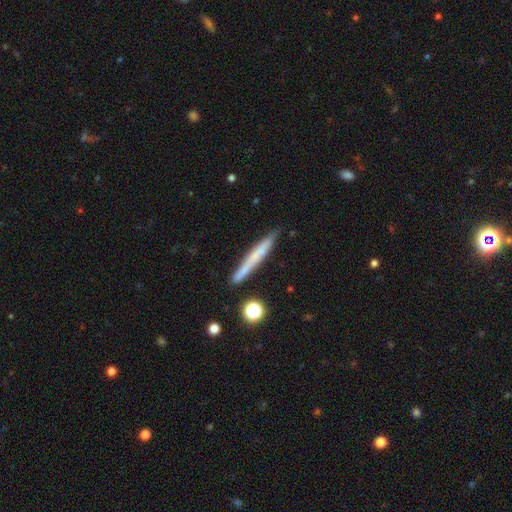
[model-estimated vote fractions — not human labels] This appears to be a smooth galaxy with no disk features (53%) that is cigar-shaped (96%). Merging: none (84%).